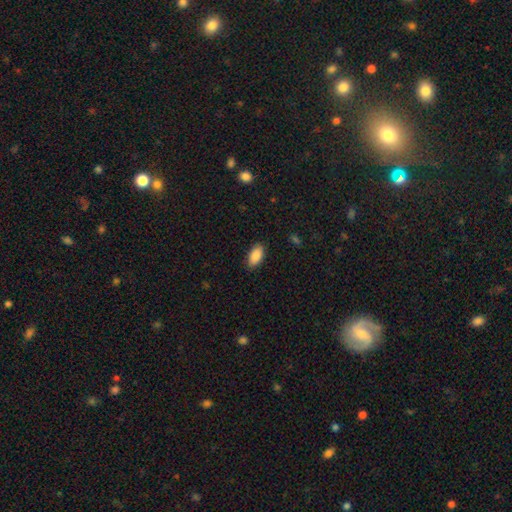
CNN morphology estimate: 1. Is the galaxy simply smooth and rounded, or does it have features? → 90% smooth, 6% star or artifact, 4% featured or disk.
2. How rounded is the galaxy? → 93% in between, 4% cigar-shaped, 3% round.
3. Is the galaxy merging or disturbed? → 87% none, 10% minor disturbance, 2% major disturbance, 1% merger.